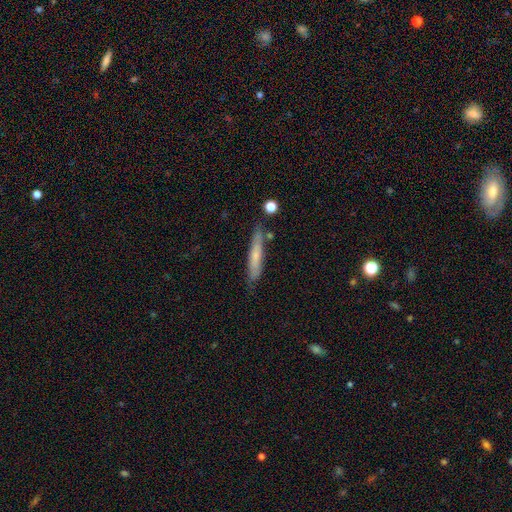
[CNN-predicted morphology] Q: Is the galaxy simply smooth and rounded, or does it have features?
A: smooth — 57%.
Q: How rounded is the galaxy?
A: cigar-shaped — 91%.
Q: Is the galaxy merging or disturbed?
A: none — 75%.